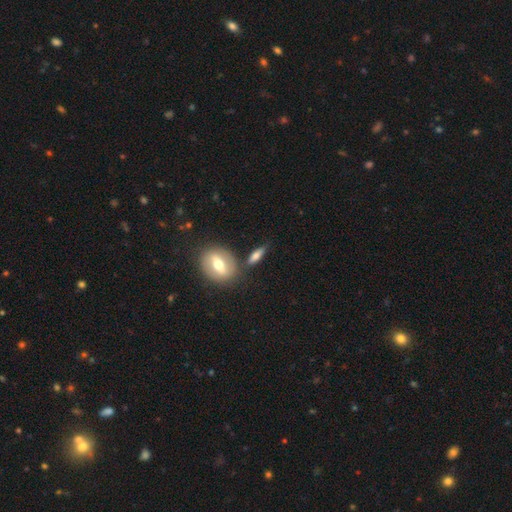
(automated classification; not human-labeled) Smooth or featured?
  - smooth: 57% *
  - featured or disk: 35%
  - star or artifact: 8%
How rounded?
  - cigar-shaped: 47% *
  - in between: 42%
  - round: 11%
Merging?
  - none: 73% *
  - minor disturbance: 13%
  - merger: 10%
  - major disturbance: 4%